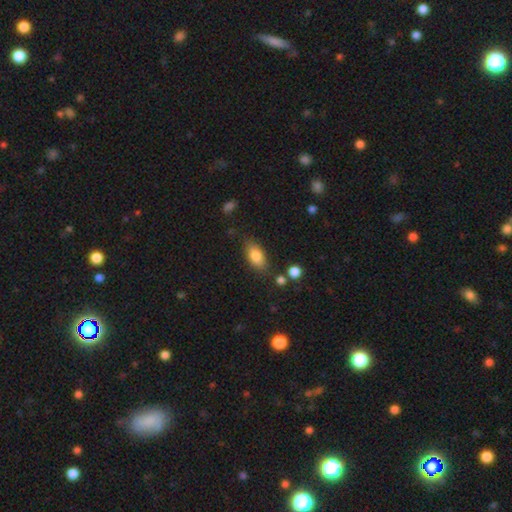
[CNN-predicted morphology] type=smooth (81%); roundness=in between (88%); merging=none (76%).